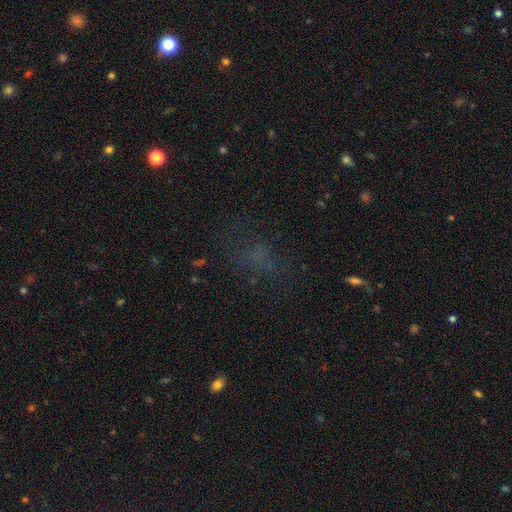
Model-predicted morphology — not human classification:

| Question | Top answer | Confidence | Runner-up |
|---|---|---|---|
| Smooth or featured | smooth | 45% | star or artifact (35%) |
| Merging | none | 58% | major disturbance (22%) |